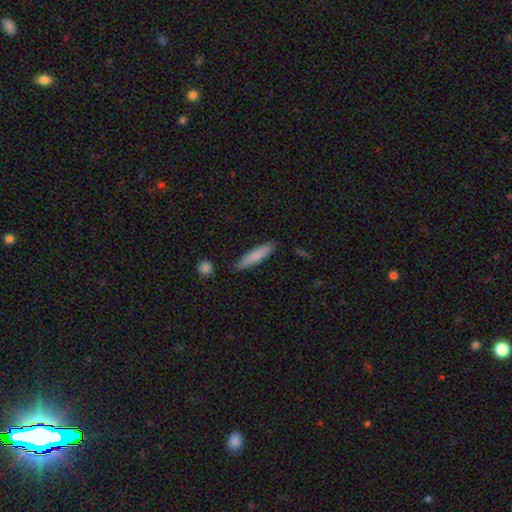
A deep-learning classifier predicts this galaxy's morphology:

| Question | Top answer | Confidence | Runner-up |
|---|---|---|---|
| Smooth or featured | smooth | 80% | featured or disk (15%) |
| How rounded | cigar-shaped | 85% | in between (14%) |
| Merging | none | 86% | minor disturbance (10%) |